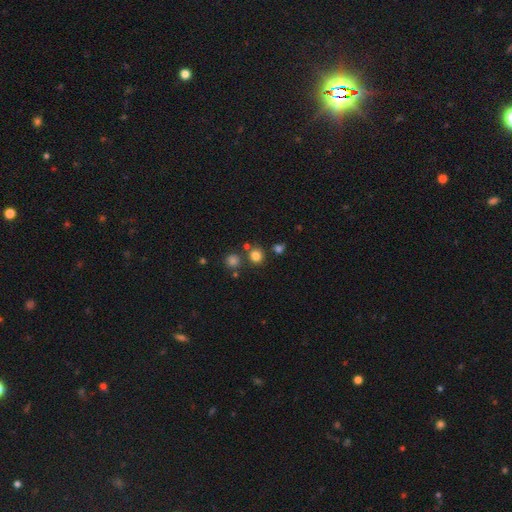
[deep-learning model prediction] The model was most divided on "smooth or featured": smooth: 79%, star or artifact: 15%, featured or disk: 6%. More confident: how rounded — round (89%); merging — none (78%).